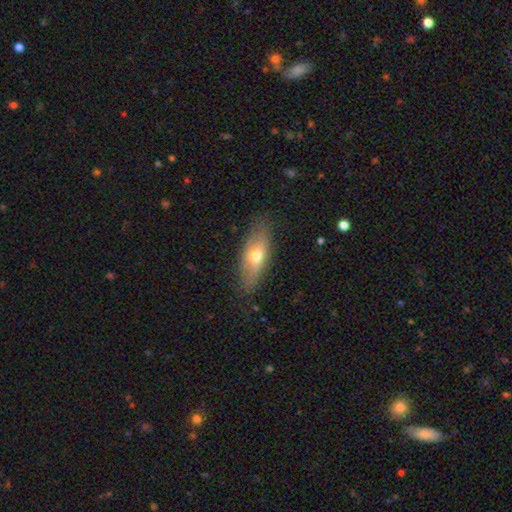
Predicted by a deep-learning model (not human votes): This appears to be a smooth galaxy with no disk features (57%) that is in between round and cigar-shaped (68%). Merging: none (81%).